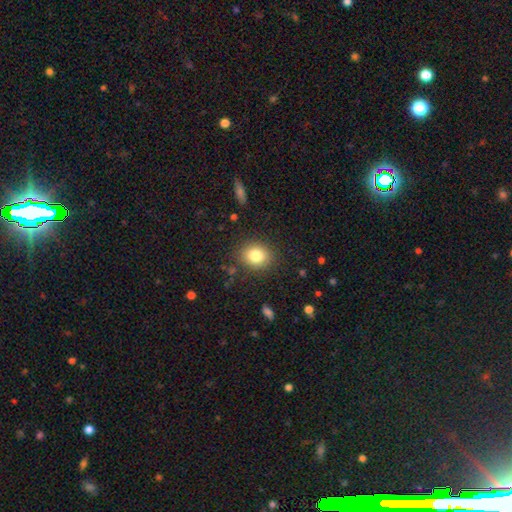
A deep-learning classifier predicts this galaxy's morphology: Smooth or featured?
  - smooth: 81% *
  - star or artifact: 11%
  - featured or disk: 9%
How rounded?
  - round: 64% *
  - in between: 35%
  - cigar-shaped: 1%
Merging?
  - none: 86% *
  - minor disturbance: 9%
  - major disturbance: 3%
  - merger: 1%